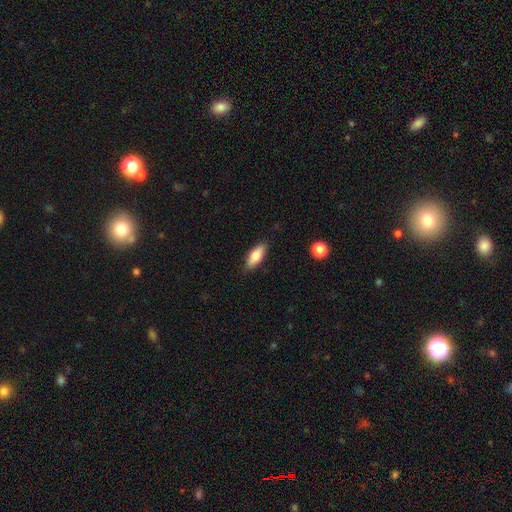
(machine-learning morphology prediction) Q: Smooth or featured?
A: smooth (77%); runner-up: featured or disk (16%)
Q: How rounded?
A: in between (73%); runner-up: cigar-shaped (25%)
Q: Merging?
A: none (86%); runner-up: minor disturbance (10%)